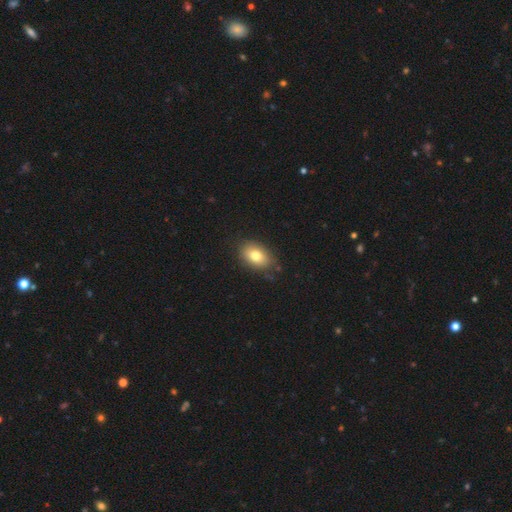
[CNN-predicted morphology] A smooth galaxy with no disk features (78%) that is in between round and cigar-shaped (83%). Merging: none (77%).